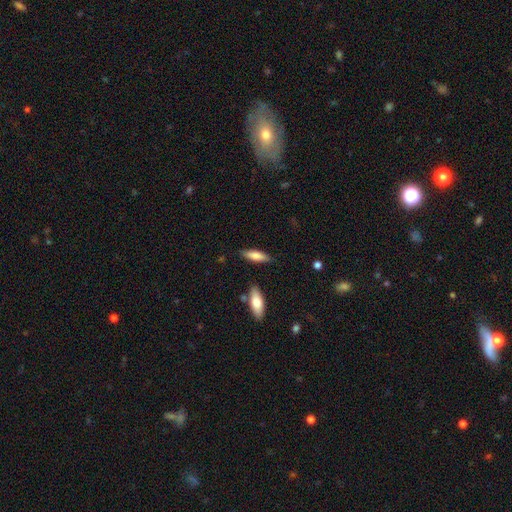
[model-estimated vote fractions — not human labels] This appears to be a smooth galaxy with no disk features (78%) that is cigar-shaped (51%). Merging: none (83%).